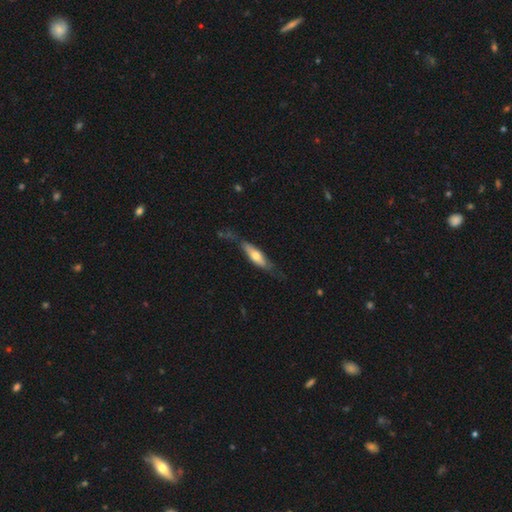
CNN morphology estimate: This is possibly a smooth galaxy (53%). How rounded: possibly cigar-shaped (55%). Merging: possibly none (56%).